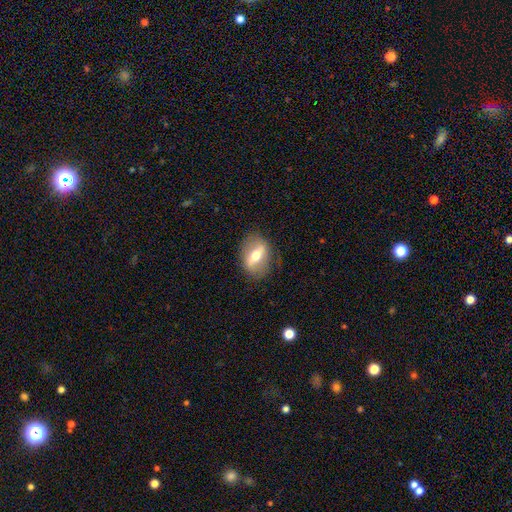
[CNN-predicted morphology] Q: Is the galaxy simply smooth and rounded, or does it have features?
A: featured or disk — 56%.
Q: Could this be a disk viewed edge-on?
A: no — 70%.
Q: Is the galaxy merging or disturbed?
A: none — 82%.